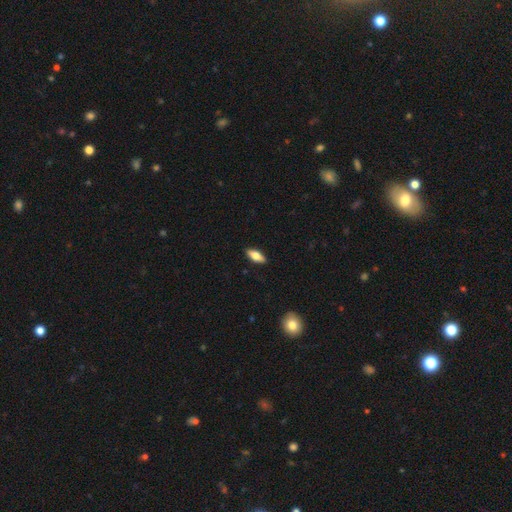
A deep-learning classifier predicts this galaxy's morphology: Smooth or featured? smooth (65%)
How rounded? in between (73%)
Merging? none (89%)